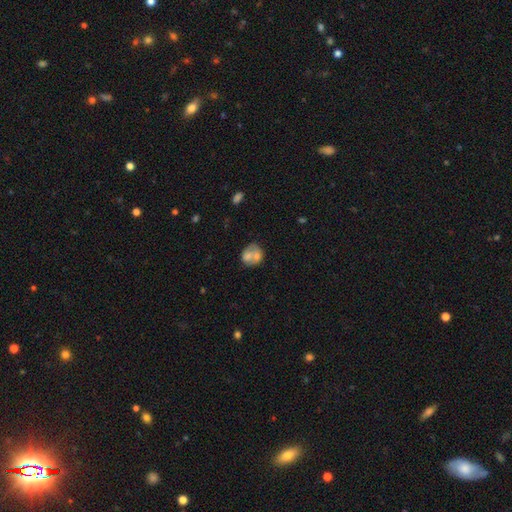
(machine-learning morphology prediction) Smooth or featured: smooth — 58% (featured or disk — 33%)
How rounded: round — 63% (in between — 36%)
Merging: merger — 48% (none — 31%)